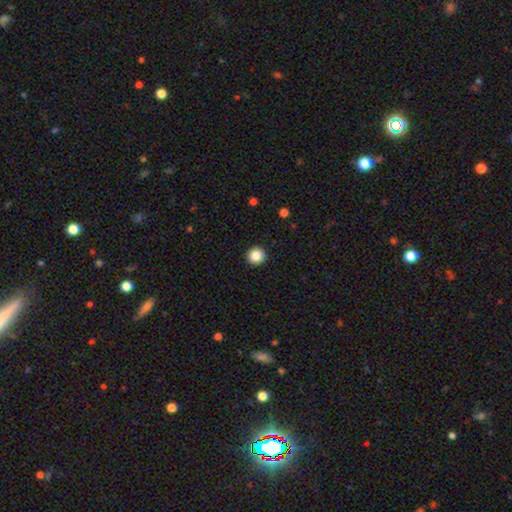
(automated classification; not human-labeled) A smooth galaxy with no disk features (87%) that is round (95%).

Vote fractions:
- Smooth or featured? smooth: 87% / star or artifact: 10% / featured or disk: 4%
- How rounded? round: 95% / in between: 4% / cigar-shaped: 1%
- Merging? none: 93% / minor disturbance: 4% / major disturbance: 1% / merger: 1%